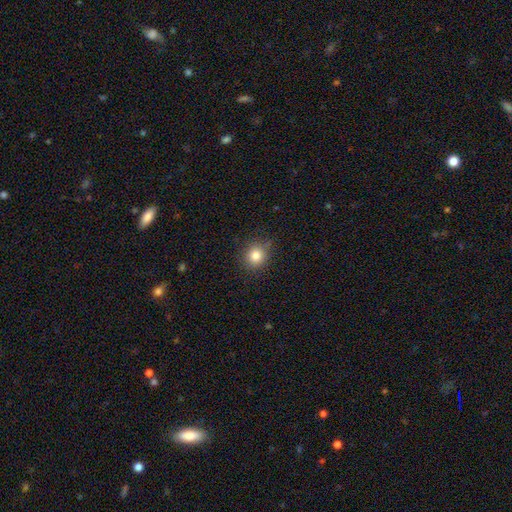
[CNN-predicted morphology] Smooth or featured? Predicted: smooth (p=0.83). How rounded? Predicted: round (p=0.85). Merging? Predicted: none (p=0.83).